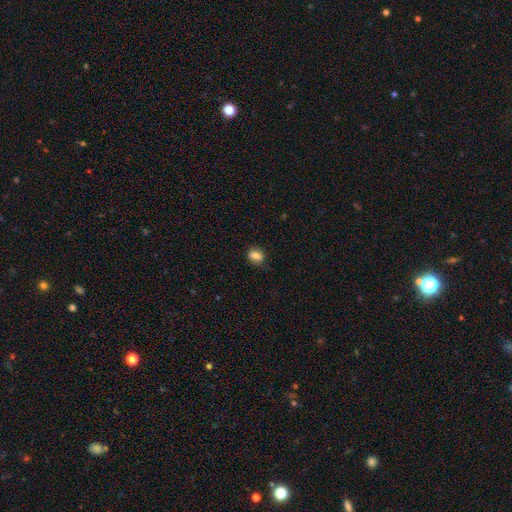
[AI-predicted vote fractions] smooth-or-featured: smooth: 81% | star or artifact: 10% | featured or disk: 9%
  how-rounded: in between: 50% | round: 49% | cigar-shaped: 1%
  merging: none: 77% | minor disturbance: 18% | major disturbance: 4% | merger: 1%